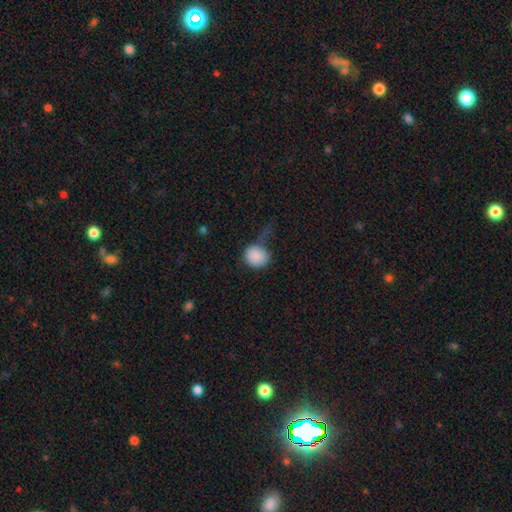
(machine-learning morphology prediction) Overall: smooth (87%). How rounded: round (78%). Merging: none (38%; minor disturbance 30%).